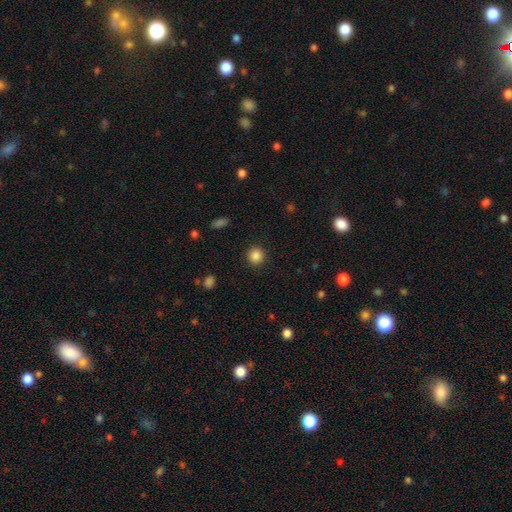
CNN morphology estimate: Q: Smooth or featured?
A: smooth (86%); runner-up: star or artifact (11%)
Q: How rounded?
A: round (91%); runner-up: in between (8%)
Q: Merging?
A: none (91%); runner-up: minor disturbance (6%)